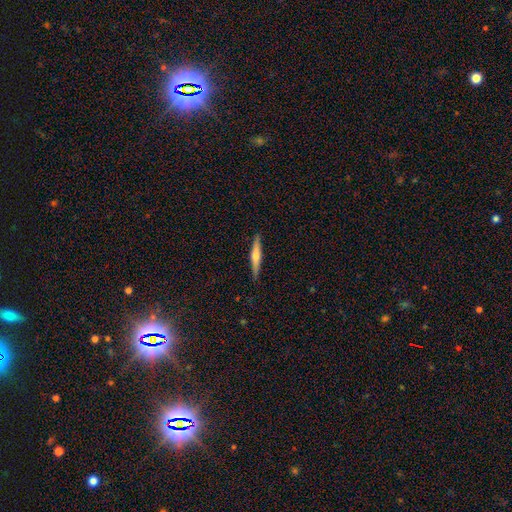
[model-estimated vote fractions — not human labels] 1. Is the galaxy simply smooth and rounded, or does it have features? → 49% featured or disk, 45% smooth, 6% star or artifact.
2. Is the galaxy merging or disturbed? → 89% none, 8% minor disturbance, 2% major disturbance, 1% merger.